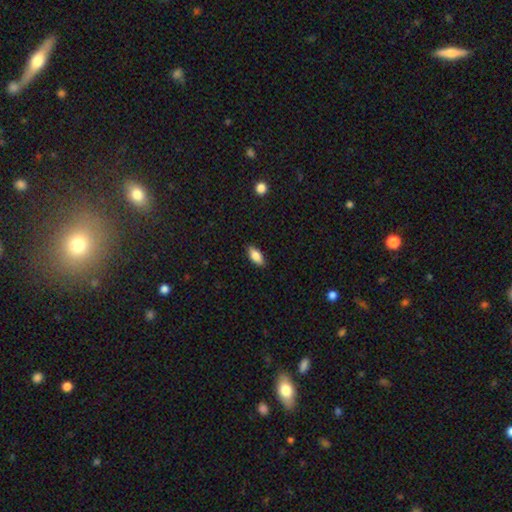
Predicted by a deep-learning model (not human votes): Smooth or featured?
  - smooth: 83% *
  - featured or disk: 10%
  - star or artifact: 7%
How rounded?
  - in between: 85% *
  - cigar-shaped: 13%
  - round: 3%
Merging?
  - none: 87% *
  - minor disturbance: 10%
  - major disturbance: 2%
  - merger: 1%